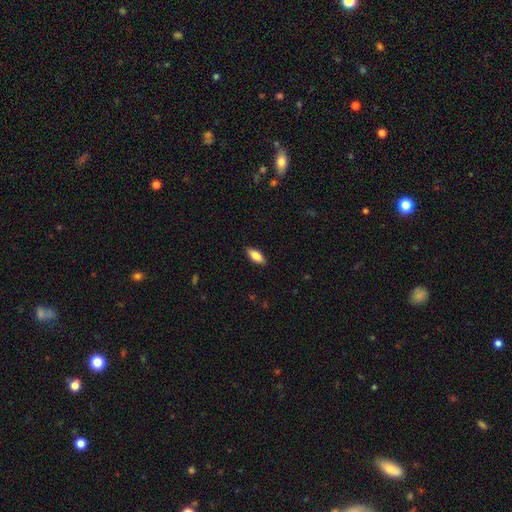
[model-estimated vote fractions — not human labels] A smooth galaxy with no disk features (80%) that is in between round and cigar-shaped (82%).

Vote fractions:
- Smooth or featured? smooth: 80% / featured or disk: 13% / star or artifact: 6%
- How rounded? in between: 82% / cigar-shaped: 16% / round: 2%
- Merging? none: 88% / minor disturbance: 9% / major disturbance: 2% / merger: 1%